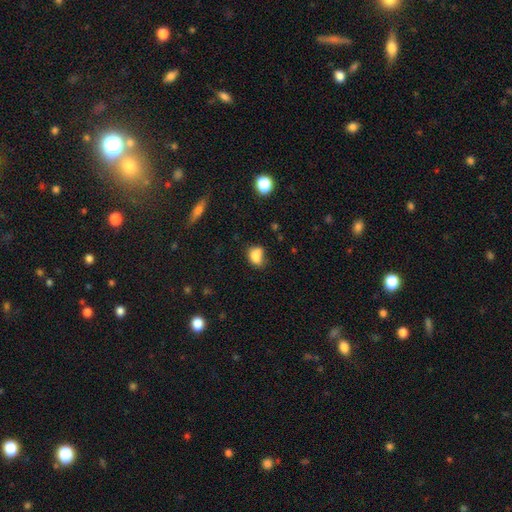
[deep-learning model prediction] This appears to be a smooth galaxy with no disk features (77%) that is in between round and cigar-shaped (66%). Merging: none (37%).